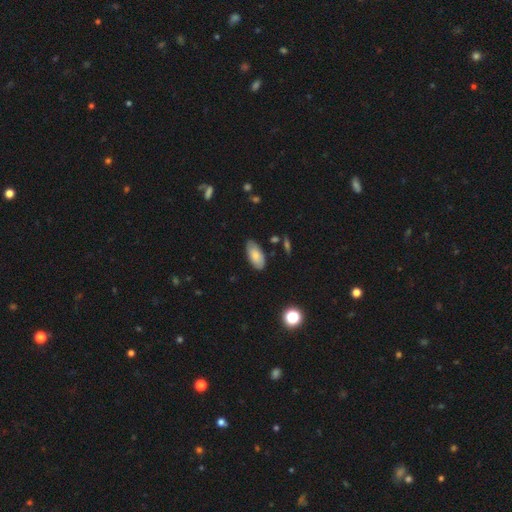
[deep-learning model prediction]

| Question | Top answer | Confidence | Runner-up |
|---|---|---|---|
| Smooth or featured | smooth | 78% | featured or disk (15%) |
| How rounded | in between | 93% | cigar-shaped (5%) |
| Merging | none | 79% | minor disturbance (16%) |